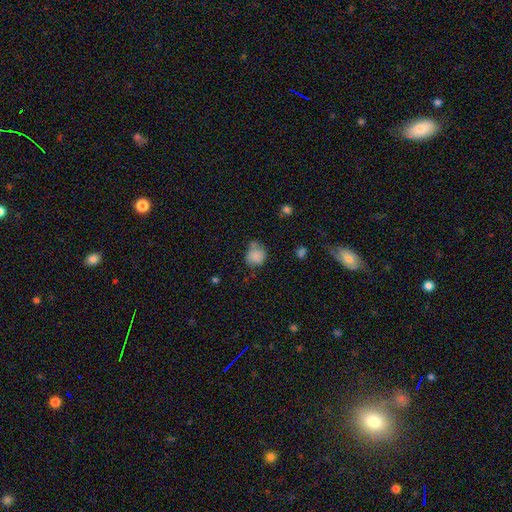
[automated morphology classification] Smooth or featured: smooth — 83% (star or artifact — 10%)
How rounded: round — 78% (in between — 21%)
Merging: none — 55% (minor disturbance — 23%)